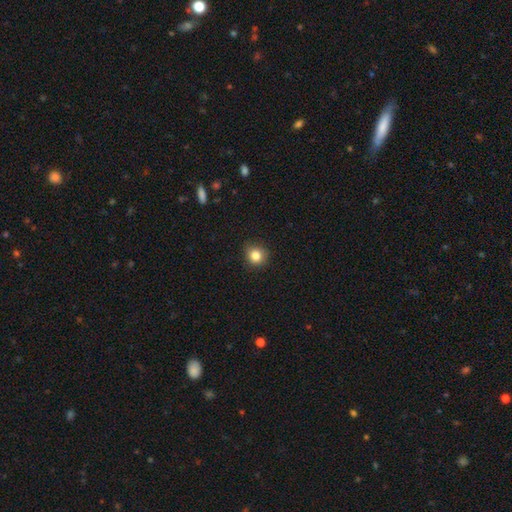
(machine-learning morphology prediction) type=smooth (84%); roundness=round (86%); merging=none (86%).